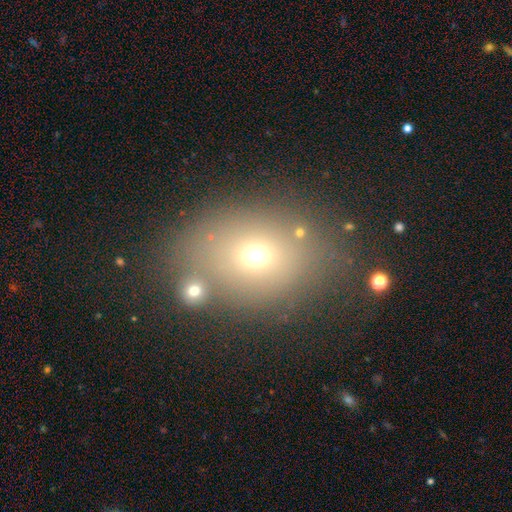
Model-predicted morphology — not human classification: Smooth or featured: smooth — 64% (star or artifact — 21%)
How rounded: in between — 55% (round — 44%)
Merging: none — 71% (minor disturbance — 13%)